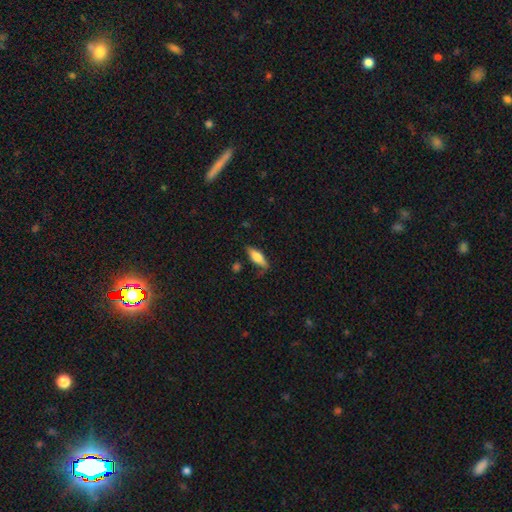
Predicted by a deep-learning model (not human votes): This is likely a smooth galaxy (68%). How rounded: possibly in between (56%). Merging: likely none (73%).